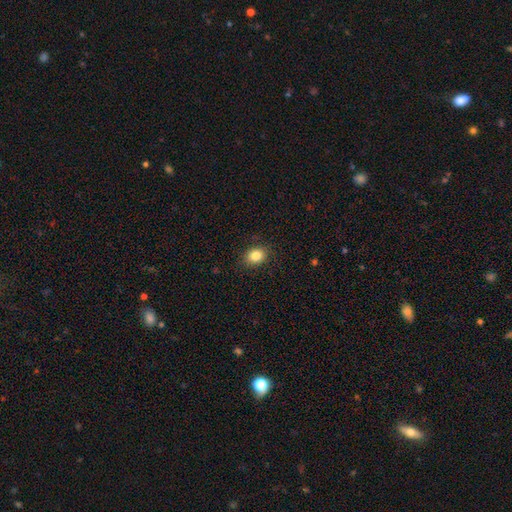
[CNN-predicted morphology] Overall: smooth (84%). How rounded: in between (57%; round 42%). Merging: none (87%).